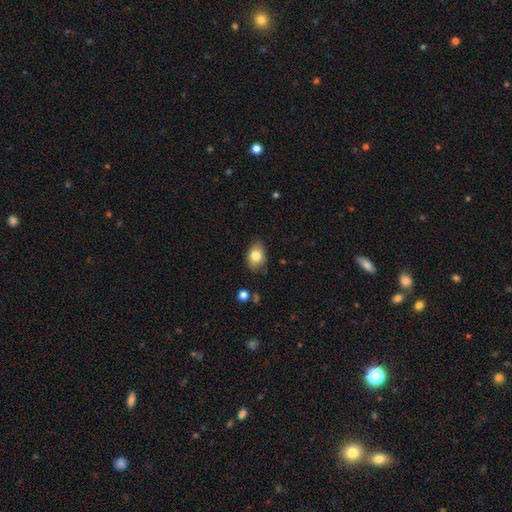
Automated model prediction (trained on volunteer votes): A smooth galaxy with no disk features (80%) that is in between round and cigar-shaped (79%).

Vote fractions:
- Smooth or featured? smooth: 80% / featured or disk: 11% / star or artifact: 9%
- How rounded? in between: 79% / round: 20% / cigar-shaped: 1%
- Merging? none: 77% / minor disturbance: 18% / major disturbance: 3% / merger: 2%